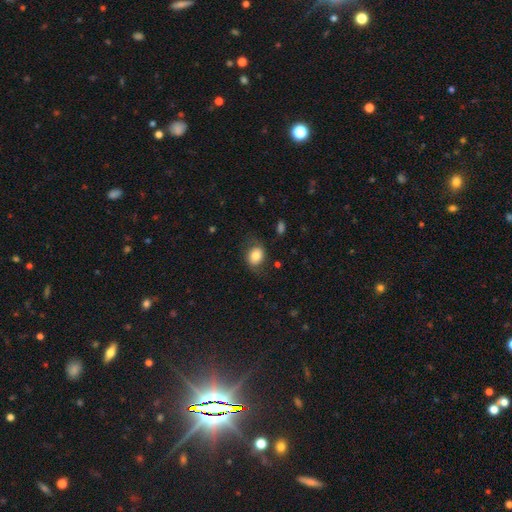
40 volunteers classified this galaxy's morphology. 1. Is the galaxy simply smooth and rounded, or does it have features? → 85% smooth, 10% featured or disk, 5% star or artifact.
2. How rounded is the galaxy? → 56% round, 44% in between, 0% cigar-shaped.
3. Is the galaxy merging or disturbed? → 53% none, 26% minor disturbance, 18% major disturbance, 3% merger.